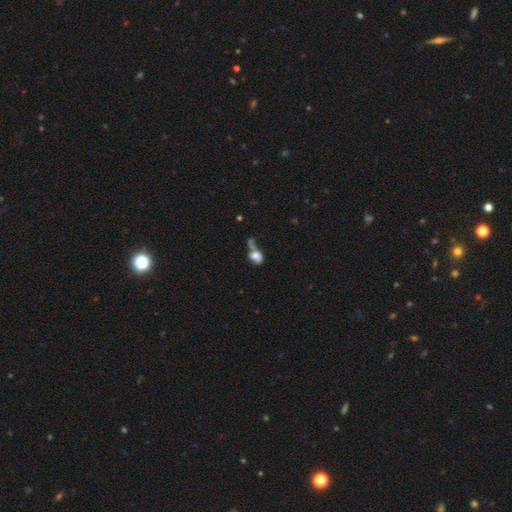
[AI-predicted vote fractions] smooth 64%, featured or disk 24%, star or artifact 12%. Down the decision tree: how rounded — in between (71%); merging — merger (44%).